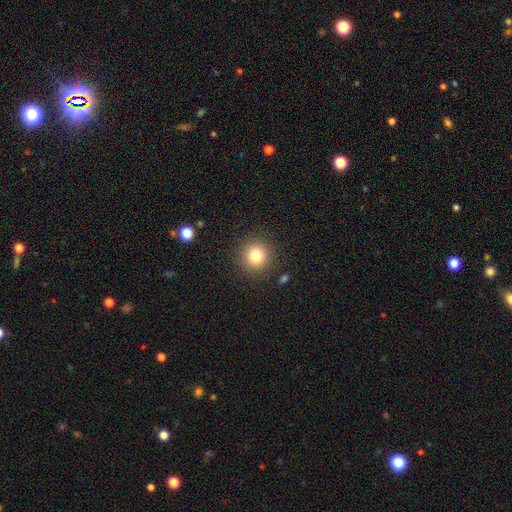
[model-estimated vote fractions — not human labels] smooth 79%, star or artifact 12%, featured or disk 9%. Down the decision tree: how rounded — round (94%); merging — none (90%).